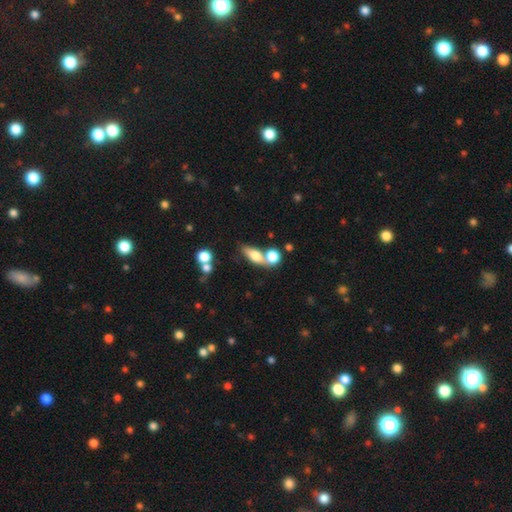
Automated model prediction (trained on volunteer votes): Overall: smooth (68%). How rounded: in between (63%; cigar-shaped 24%). Merging: none (47%; merger 35%).